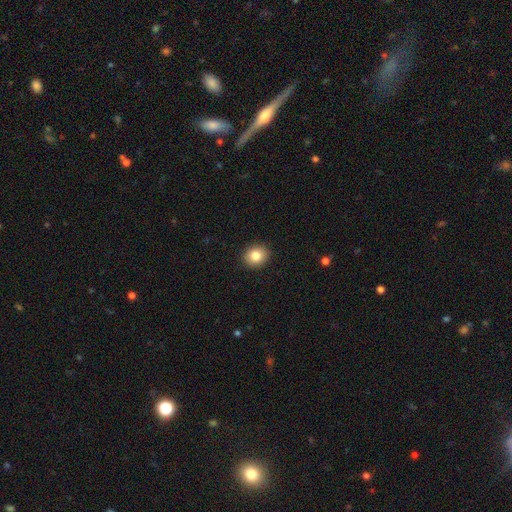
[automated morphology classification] Smooth or featured? Predicted: smooth (p=0.84). How rounded? Predicted: round (p=0.68). Merging? Predicted: none (p=0.92).